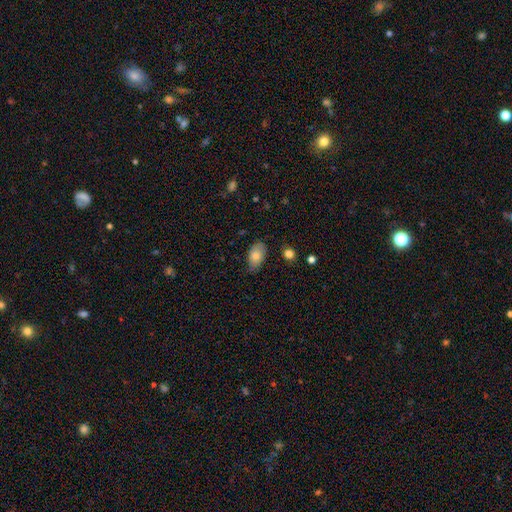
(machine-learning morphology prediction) Smooth or featured? smooth (80%)
How rounded? in between (92%)
Merging? none (71%)